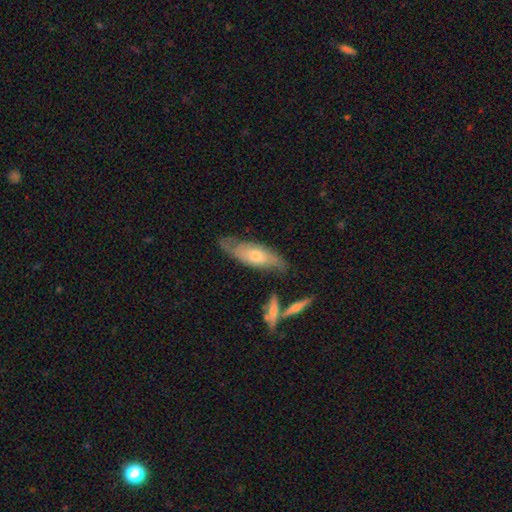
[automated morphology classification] Overall: featured or disk (56%; smooth 38%). Edge-on disk: no (73%). Merging: none (65%).